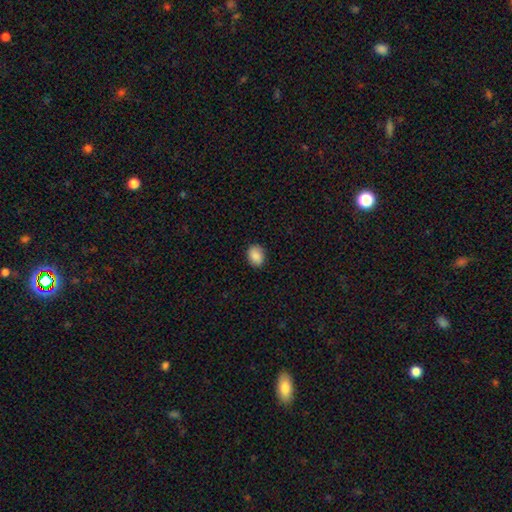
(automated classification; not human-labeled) Smooth or featured?
  - smooth: 88% *
  - star or artifact: 8%
  - featured or disk: 4%
How rounded?
  - in between: 57% *
  - round: 42%
  - cigar-shaped: 1%
Merging?
  - none: 86% *
  - minor disturbance: 11%
  - major disturbance: 2%
  - merger: 1%